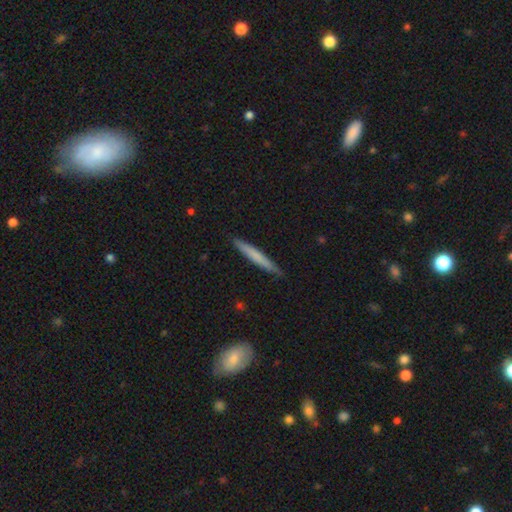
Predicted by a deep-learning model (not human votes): Overall: smooth (67%; featured or disk 28%). How rounded: cigar-shaped (96%). Merging: none (89%).